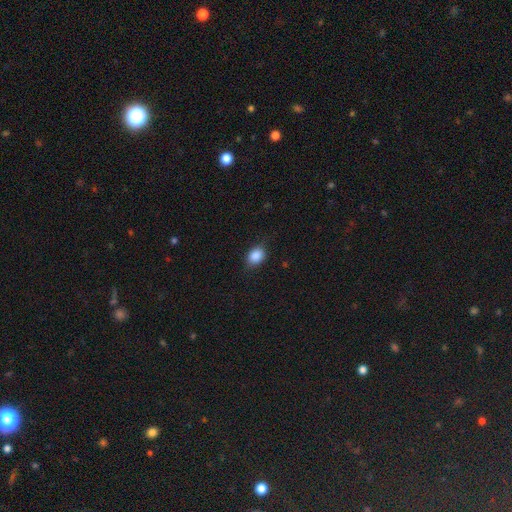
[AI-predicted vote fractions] Smooth or featured: smooth — 87% (star or artifact — 8%)
How rounded: in between — 59% (round — 39%)
Merging: none — 78% (minor disturbance — 17%)